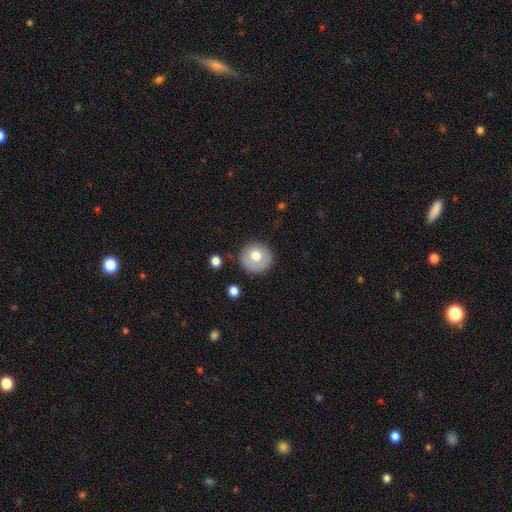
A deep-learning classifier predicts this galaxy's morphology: Smooth or featured? smooth (73%)
How rounded? round (93%)
Merging? none (84%)